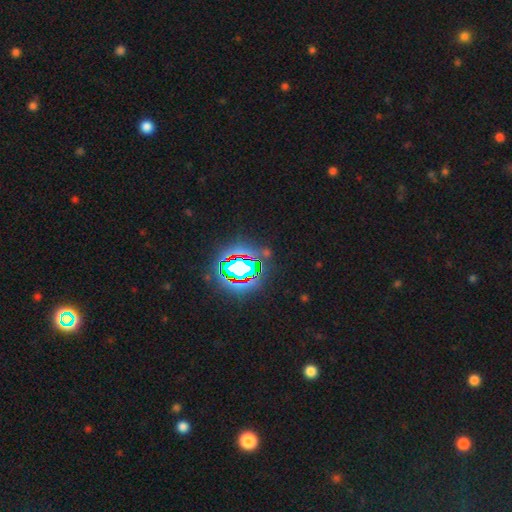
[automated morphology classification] The model was most divided on "smooth or featured": star or artifact: 80%, smooth: 11%, featured or disk: 8%.